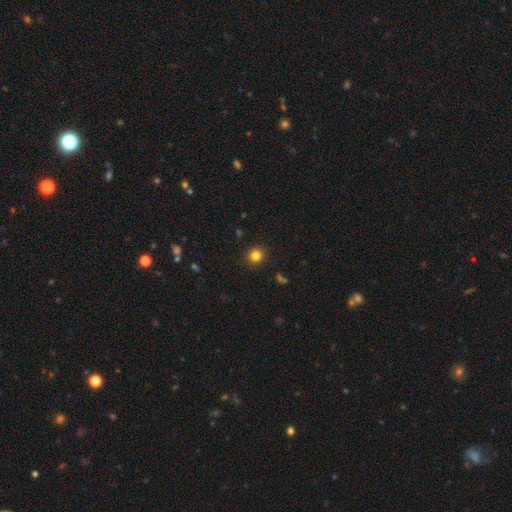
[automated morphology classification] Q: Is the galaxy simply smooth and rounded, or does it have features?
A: smooth — 82%.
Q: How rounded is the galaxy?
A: round — 92%.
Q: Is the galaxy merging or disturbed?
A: none — 91%.